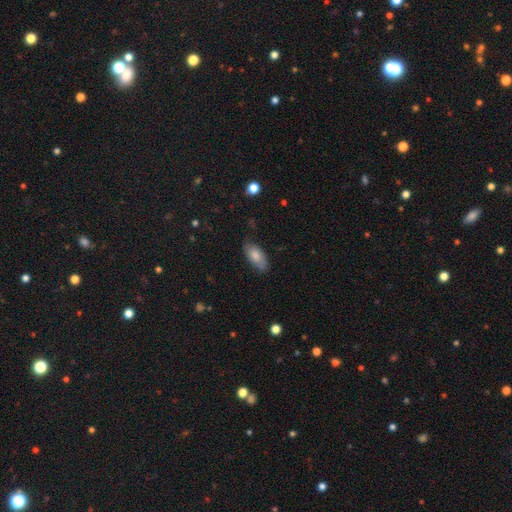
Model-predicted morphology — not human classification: The model was most divided on "merging": none: 75%, minor disturbance: 20%, major disturbance: 4%, merger: 1%. More confident: how rounded — in between (90%); smooth or featured — smooth (78%).